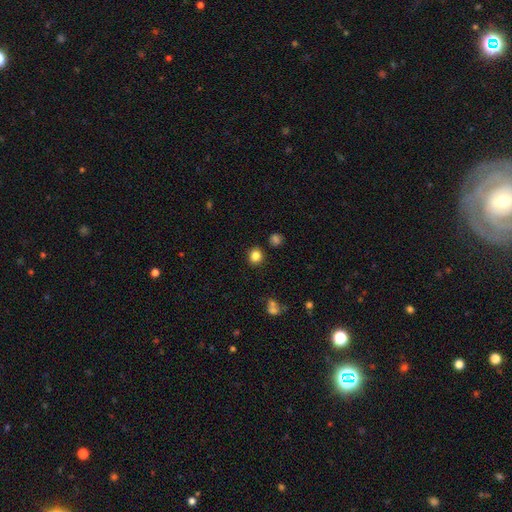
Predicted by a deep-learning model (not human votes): smooth 83%, star or artifact 12%, featured or disk 5%. Down the decision tree: how rounded — round (86%); merging — none (88%).